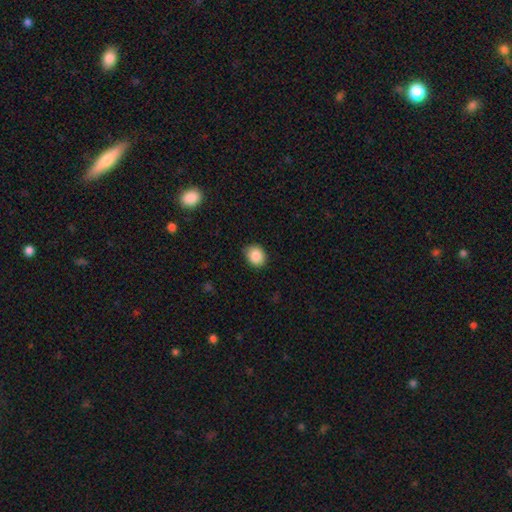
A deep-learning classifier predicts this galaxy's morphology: Overall: smooth (86%). How rounded: round (54%; in between 45%). Merging: none (81%).